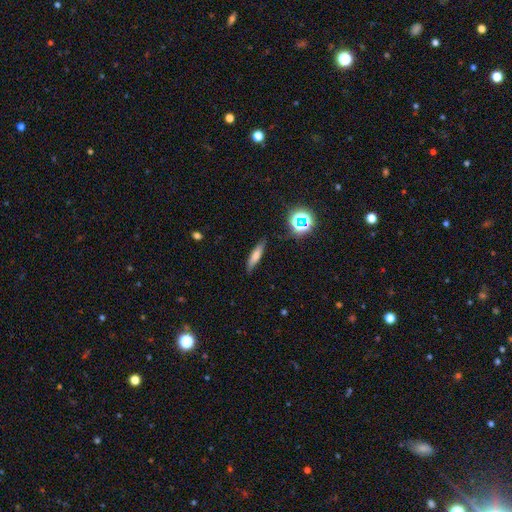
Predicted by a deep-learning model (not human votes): A smooth galaxy with no disk features (67%) that is cigar-shaped (76%). Merging: none (83%).